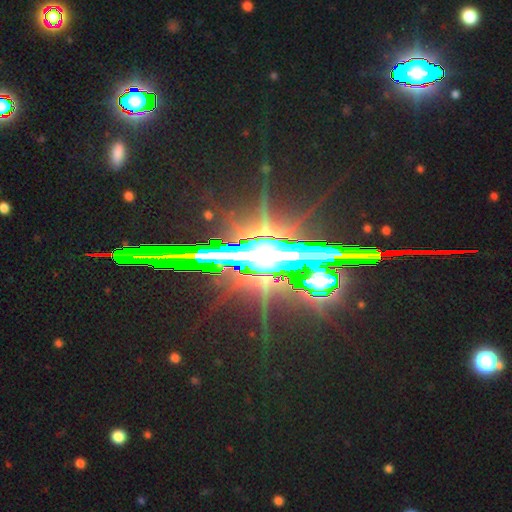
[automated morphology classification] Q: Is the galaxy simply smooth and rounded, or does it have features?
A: star or artifact — 62%.